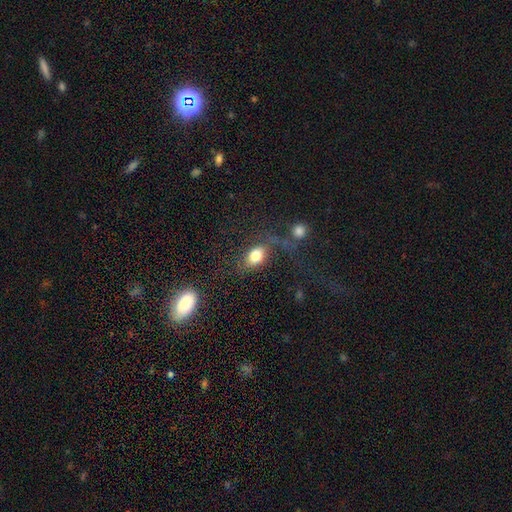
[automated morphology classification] Smooth or featured? smooth (79%)
How rounded? in between (78%)
Merging? none (59%)